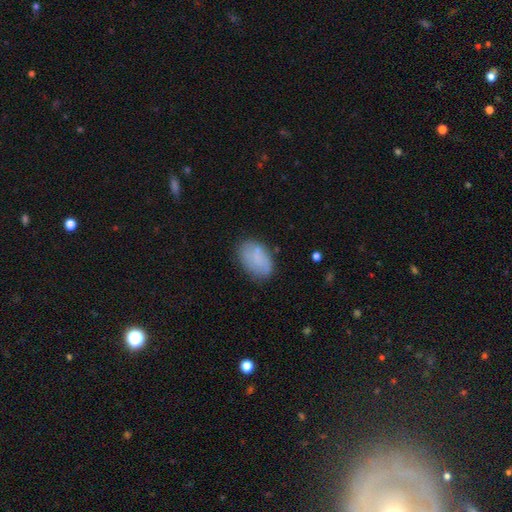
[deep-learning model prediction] Q: Smooth or featured?
A: smooth (72%); runner-up: featured or disk (20%)
Q: How rounded?
A: in between (90%); runner-up: round (8%)
Q: Merging?
A: none (72%); runner-up: minor disturbance (20%)